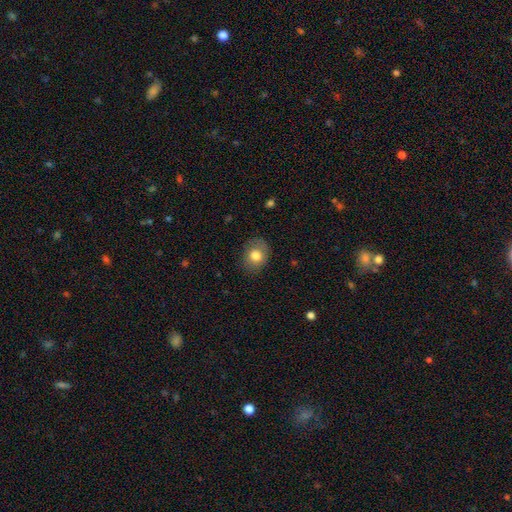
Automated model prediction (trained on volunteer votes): The model was most divided on "how rounded": in between: 56%, round: 43%, cigar-shaped: 1%. More confident: merging — none (79%); smooth or featured — smooth (77%).